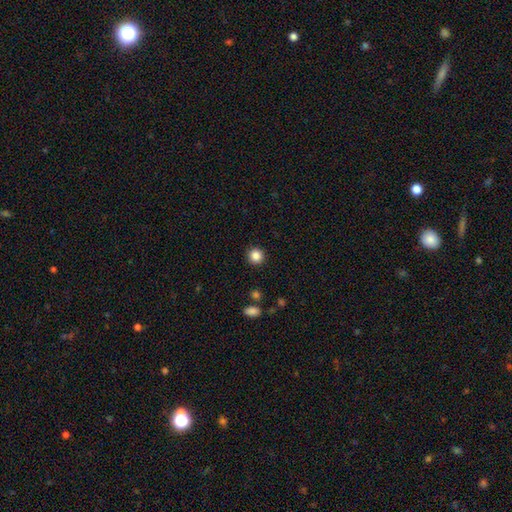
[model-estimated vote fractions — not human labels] This appears to be a smooth galaxy with no disk features (85%) that is round (94%). Merging: none (91%).